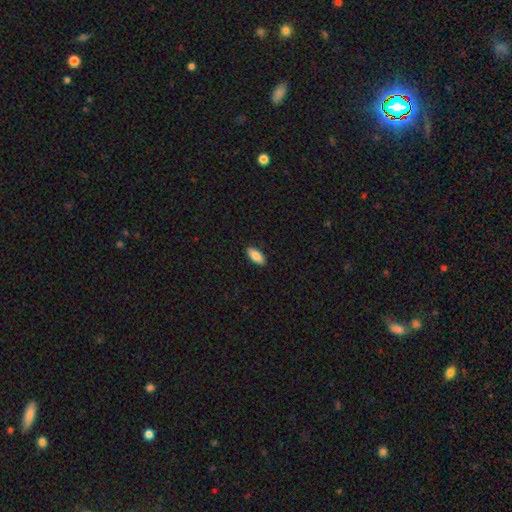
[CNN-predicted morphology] The model was most divided on "how rounded": in between: 87%, cigar-shaped: 11%, round: 2%. More confident: merging — none (90%); smooth or featured — smooth (86%).